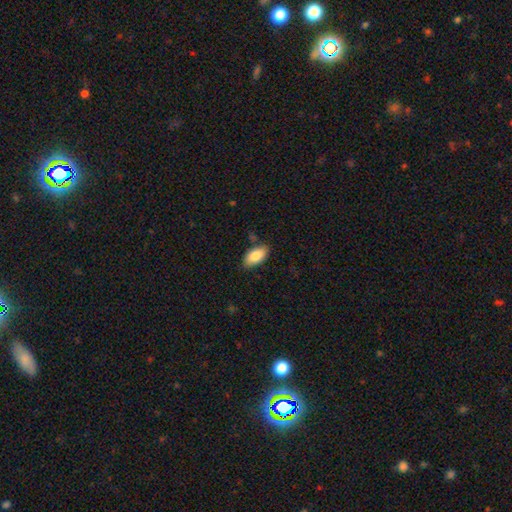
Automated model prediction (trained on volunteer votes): Overall: smooth (85%). How rounded: in between (93%). Merging: none (80%).